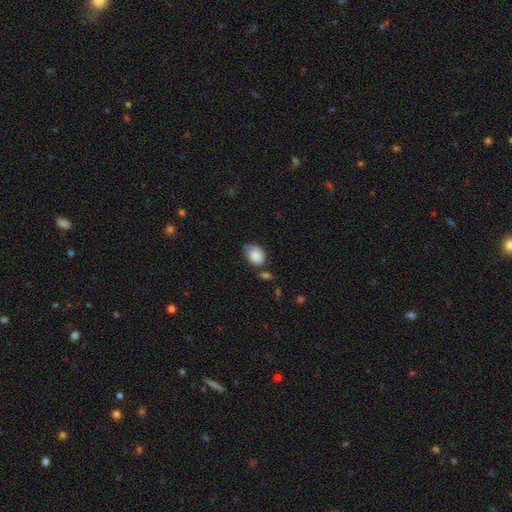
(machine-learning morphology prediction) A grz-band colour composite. It shows a smooth galaxy with no disk features (86%) that is in between round and cigar-shaped (67%). Merging: none (50%).